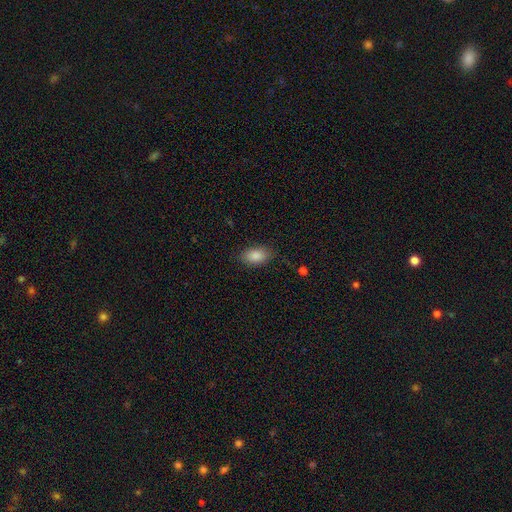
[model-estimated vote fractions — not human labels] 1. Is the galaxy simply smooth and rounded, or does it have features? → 87% smooth, 7% star or artifact, 5% featured or disk.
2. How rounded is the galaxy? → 92% in between, 5% round, 3% cigar-shaped.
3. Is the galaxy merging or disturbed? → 84% none, 12% minor disturbance, 3% major disturbance, 1% merger.